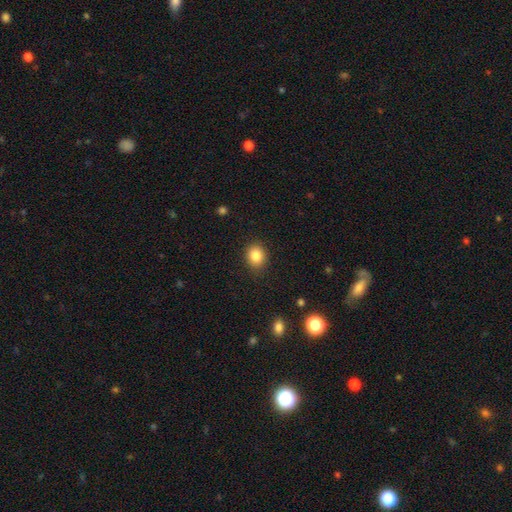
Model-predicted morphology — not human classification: The model was most divided on "how rounded": round: 60%, in between: 39%, cigar-shaped: 1%. More confident: merging — none (87%); smooth or featured — smooth (85%).